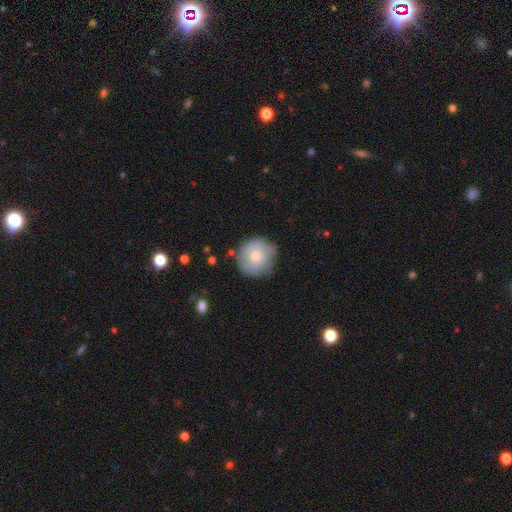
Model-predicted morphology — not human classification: The model was most divided on "smooth or featured": smooth: 60%, featured or disk: 33%, star or artifact: 7%. More confident: how rounded — round (92%); merging — none (70%).